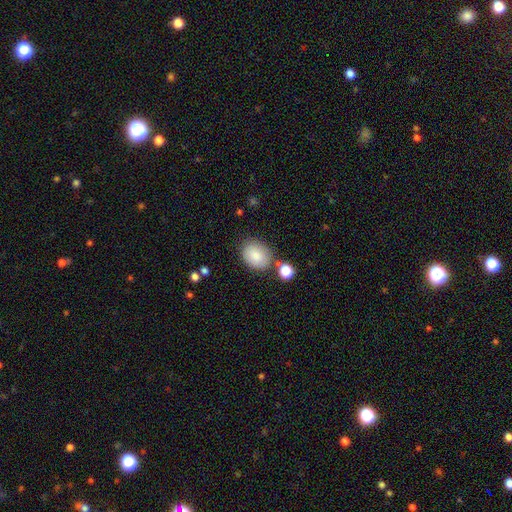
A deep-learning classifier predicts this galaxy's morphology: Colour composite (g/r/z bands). It shows a smooth galaxy with no disk features (86%) that is in between round and cigar-shaped (63%). Merging: none (73%).